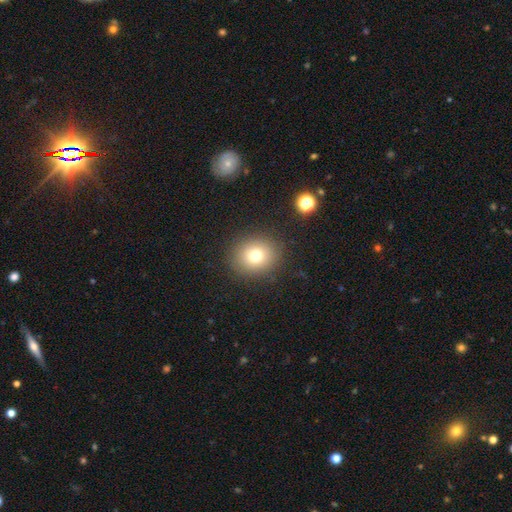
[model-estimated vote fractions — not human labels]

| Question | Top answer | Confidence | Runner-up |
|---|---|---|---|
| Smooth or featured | smooth | 75% | star or artifact (14%) |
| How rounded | round | 82% | in between (17%) |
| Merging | none | 89% | minor disturbance (7%) |